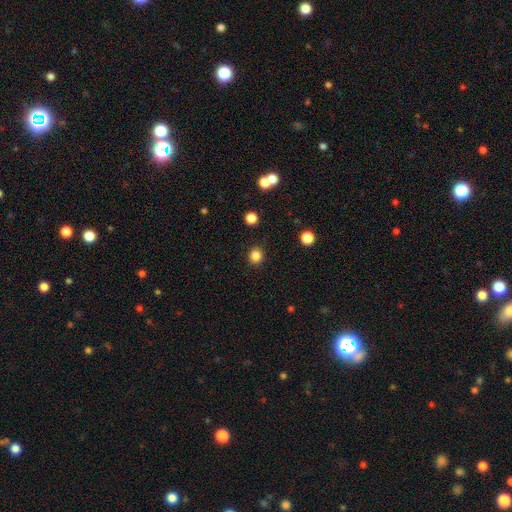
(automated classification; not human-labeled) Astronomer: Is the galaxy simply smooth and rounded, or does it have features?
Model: smooth — 84%.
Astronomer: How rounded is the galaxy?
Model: round — 86%.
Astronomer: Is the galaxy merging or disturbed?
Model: none — 90%.